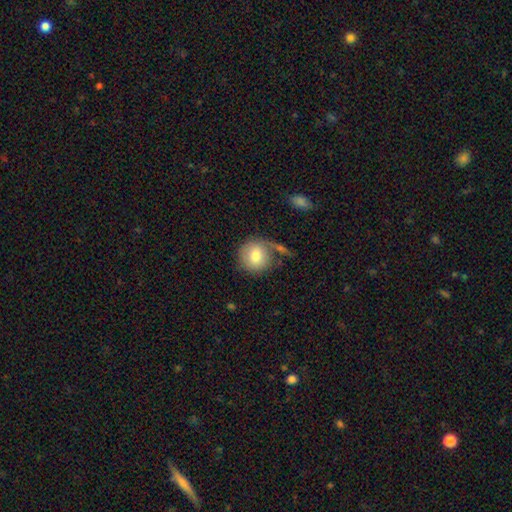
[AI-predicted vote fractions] Smooth or featured: smooth — 78% (featured or disk — 15%)
How rounded: round — 90% (in between — 9%)
Merging: none — 59% (minor disturbance — 17%)